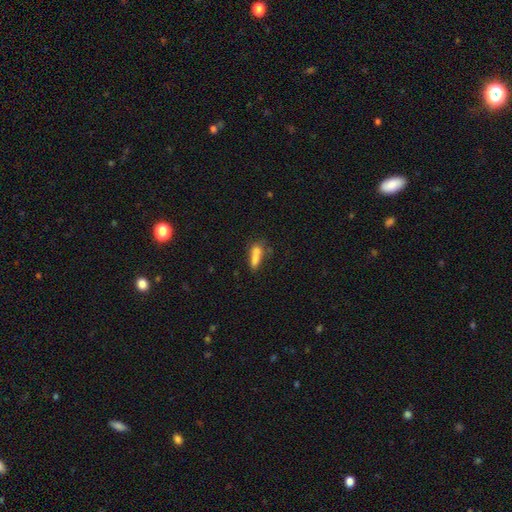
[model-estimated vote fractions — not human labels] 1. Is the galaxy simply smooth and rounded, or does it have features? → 71% smooth, 18% featured or disk, 11% star or artifact.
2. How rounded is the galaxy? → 52% cigar-shaped, 42% in between, 5% round.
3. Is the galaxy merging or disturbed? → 39% none, 34% merger, 17% minor disturbance, 11% major disturbance.